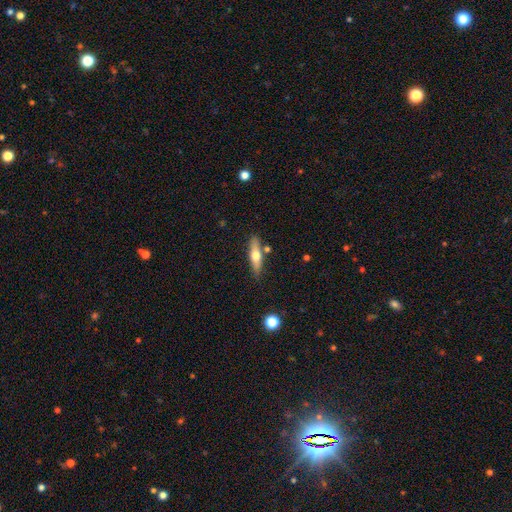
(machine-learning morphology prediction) smooth_or_featured: smooth (p=0.50) [alt: featured or disk p=0.44]
how_rounded: cigar-shaped (p=0.69) [alt: in between p=0.29]
merging: none (p=0.79) [alt: minor disturbance p=0.13]